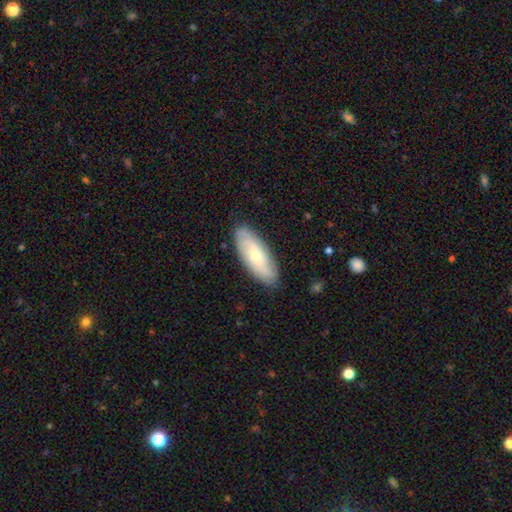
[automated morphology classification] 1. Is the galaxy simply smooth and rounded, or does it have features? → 49% smooth, 45% featured or disk, 6% star or artifact.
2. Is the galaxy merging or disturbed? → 85% none, 11% minor disturbance, 2% major disturbance, 1% merger.